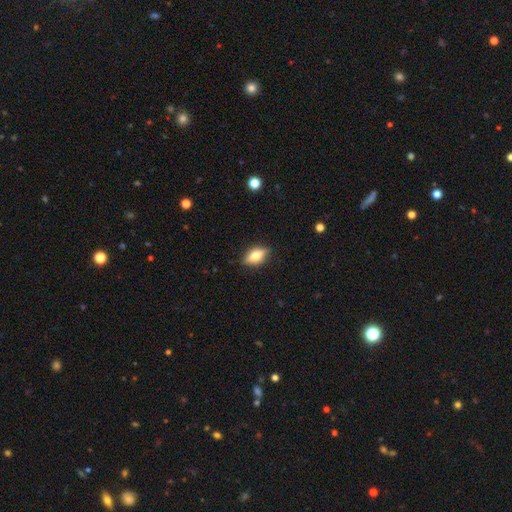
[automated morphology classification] type=smooth (52%); roundness=in between (72%); merging=none (84%).